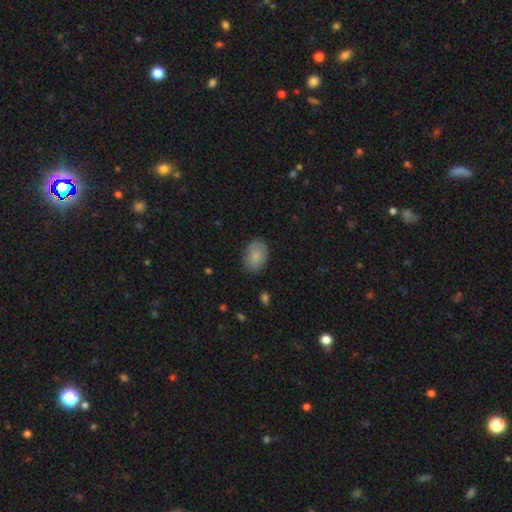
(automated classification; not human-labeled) Smooth or featured?
  - smooth: 85% *
  - featured or disk: 8%
  - star or artifact: 7%
How rounded?
  - in between: 82% *
  - round: 17%
  - cigar-shaped: 1%
Merging?
  - none: 84% *
  - minor disturbance: 12%
  - major disturbance: 3%
  - merger: 1%